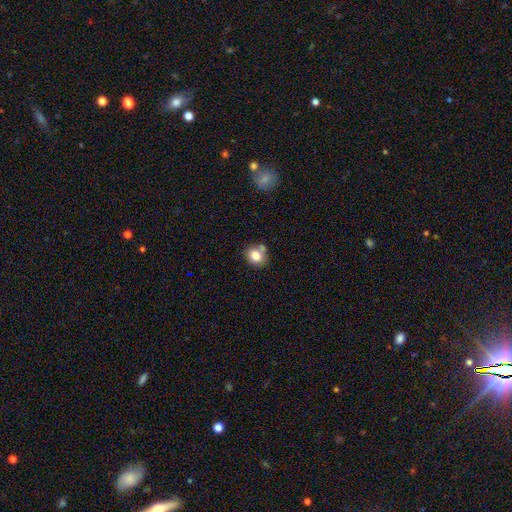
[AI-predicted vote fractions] Overall: smooth (80%). How rounded: round (71%). Merging: none (62%).